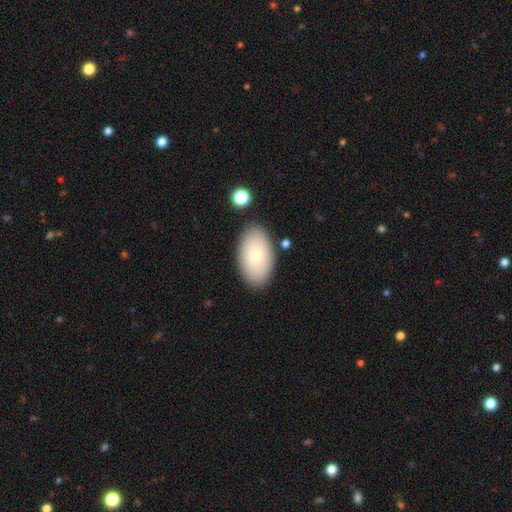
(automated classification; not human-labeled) This appears to be a smooth galaxy with no disk features (76%) that is in between round and cigar-shaped (94%). Merging: none (85%).